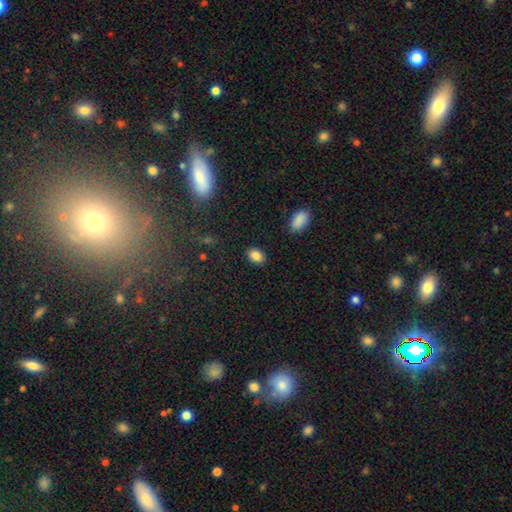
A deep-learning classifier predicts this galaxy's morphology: Smooth or featured? Predicted: smooth (p=0.86). How rounded? Predicted: in between (p=0.77). Merging? Predicted: none (p=0.88).